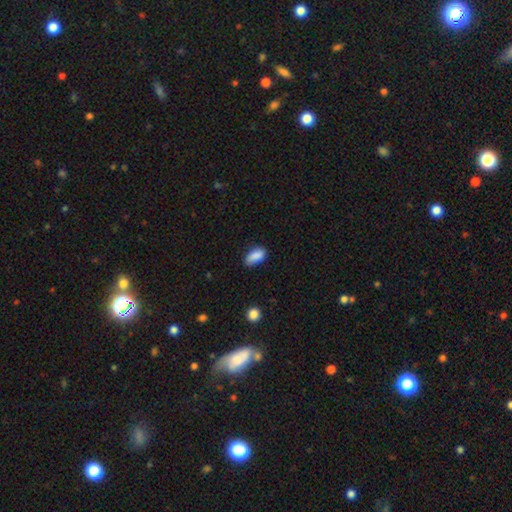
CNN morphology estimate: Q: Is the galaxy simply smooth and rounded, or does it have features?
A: smooth — 87%.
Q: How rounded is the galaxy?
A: in between — 89%.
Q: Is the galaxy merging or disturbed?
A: none — 62%.